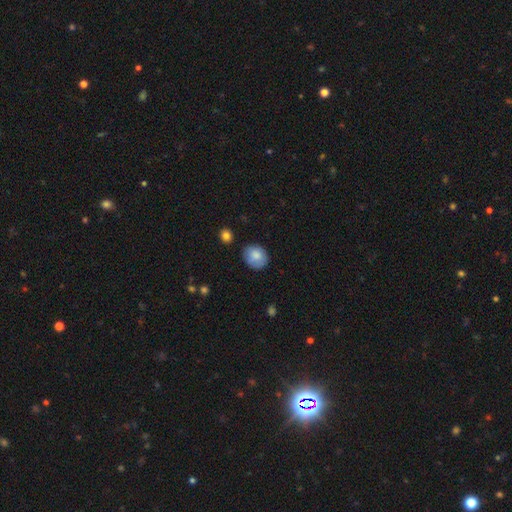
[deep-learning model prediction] Q: Smooth or featured?
A: smooth (81%); runner-up: featured or disk (12%)
Q: How rounded?
A: round (64%); runner-up: in between (35%)
Q: Merging?
A: none (69%); runner-up: minor disturbance (23%)